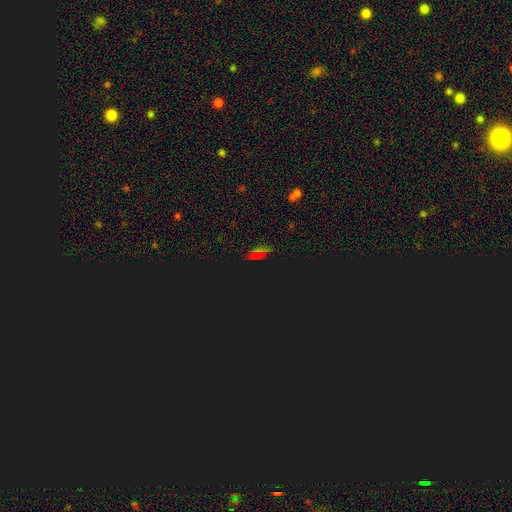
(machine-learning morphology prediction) Overall: star or artifact (64%; smooth 27%).